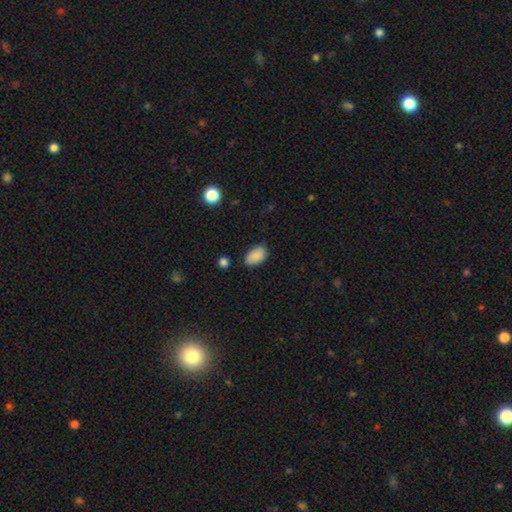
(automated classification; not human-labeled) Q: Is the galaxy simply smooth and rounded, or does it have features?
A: smooth — 88%.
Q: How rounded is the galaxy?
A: in between — 92%.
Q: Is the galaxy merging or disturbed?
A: none — 82%.